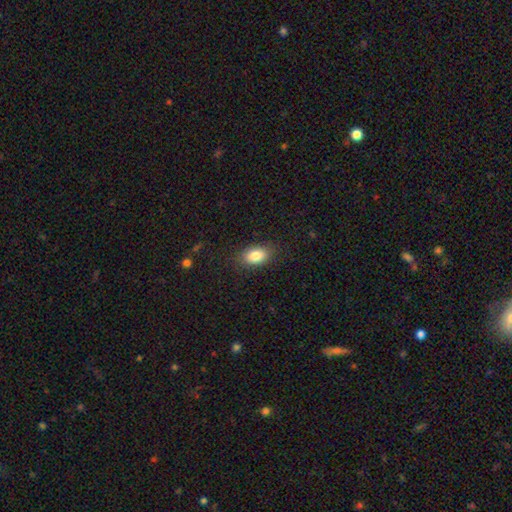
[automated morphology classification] This appears to be a smooth galaxy with no disk features (84%) that is in between round and cigar-shaped (90%). Merging: none (85%).